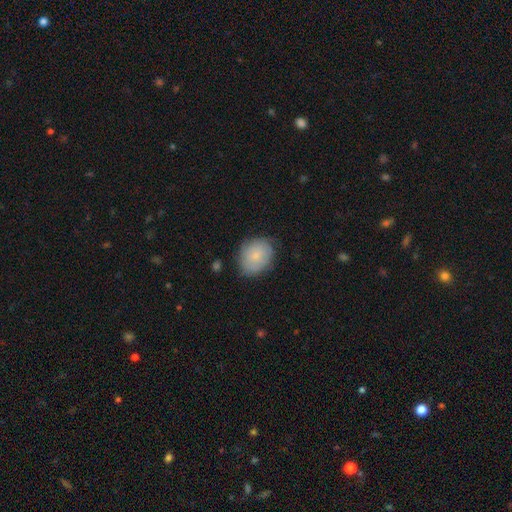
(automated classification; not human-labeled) Overall: smooth (74%). How rounded: round (51%; in between 48%). Merging: none (72%).